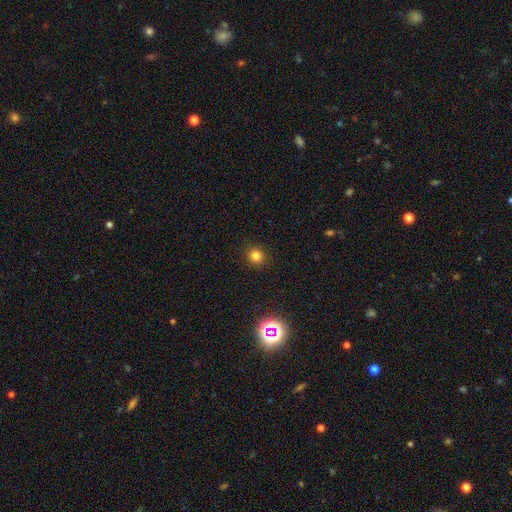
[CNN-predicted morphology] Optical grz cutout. It shows a smooth galaxy with no disk features (78%) that is round (92%). Merging: none (91%).